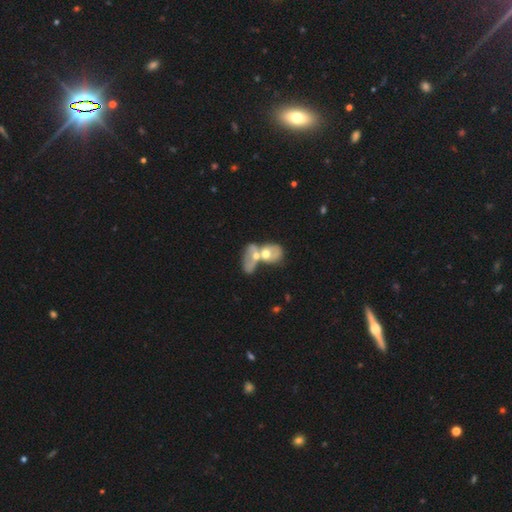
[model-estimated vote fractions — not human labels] smooth 46%, featured or disk 45%, star or artifact 9%. Down the decision tree: merging — merger (80%).